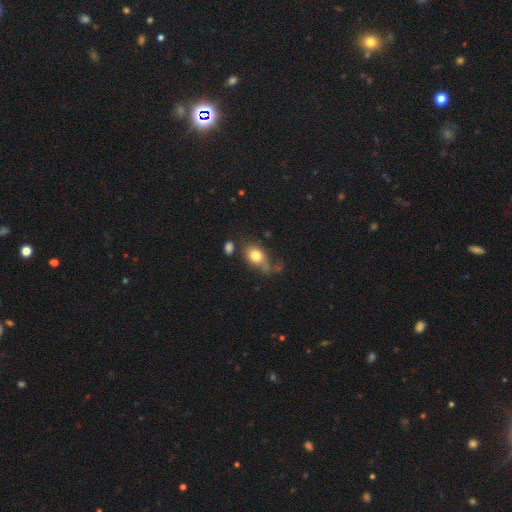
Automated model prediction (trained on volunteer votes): Overall: smooth (78%). How rounded: in between (59%; round 40%). Merging: none (54%; minor disturbance 22%).